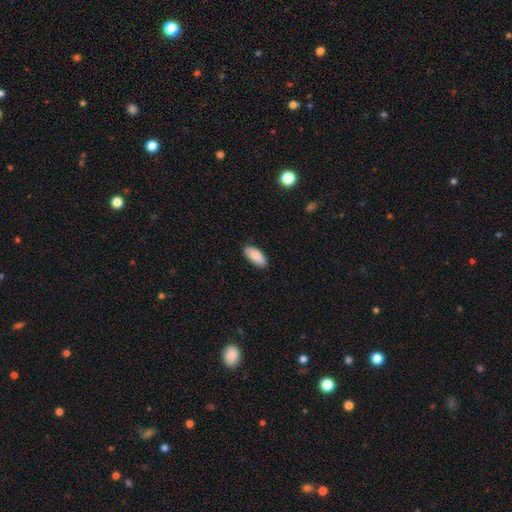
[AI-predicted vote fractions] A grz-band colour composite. It shows a smooth galaxy with no disk features (89%) that is in between round and cigar-shaped (86%). Merging: none (88%).